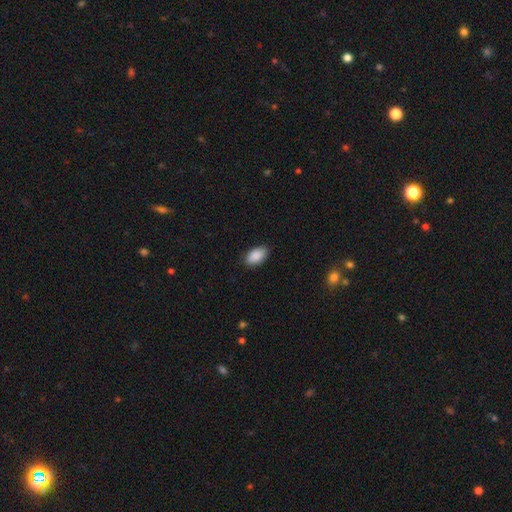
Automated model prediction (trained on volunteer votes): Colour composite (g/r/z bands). It shows a smooth galaxy with no disk features (90%) that is in between round and cigar-shaped (94%). Merging: none (86%).